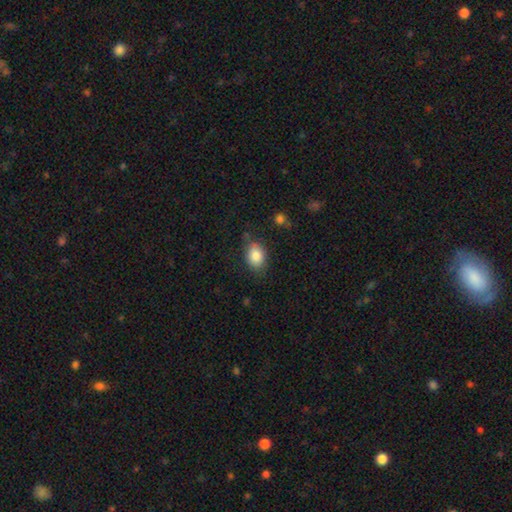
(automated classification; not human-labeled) Smooth or featured? smooth (84%)
How rounded? in between (74%)
Merging? none (72%)